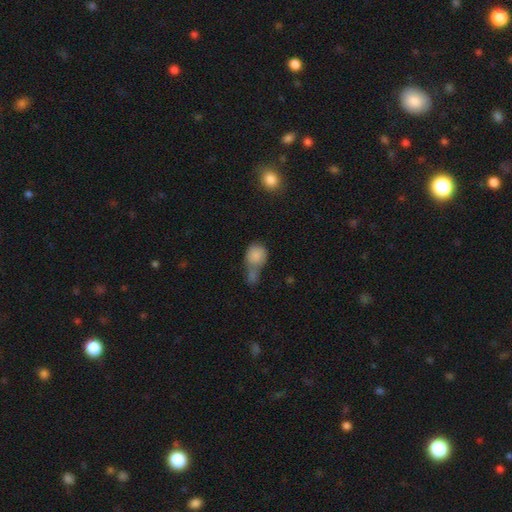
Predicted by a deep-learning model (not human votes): A smooth galaxy with no disk features (82%) that is round (59%).

Vote fractions:
- Smooth or featured? smooth: 82% / featured or disk: 9% / star or artifact: 9%
- How rounded? round: 59% / in between: 39% / cigar-shaped: 2%
- Merging? merger: 56% / none: 24% / minor disturbance: 12% / major disturbance: 8%